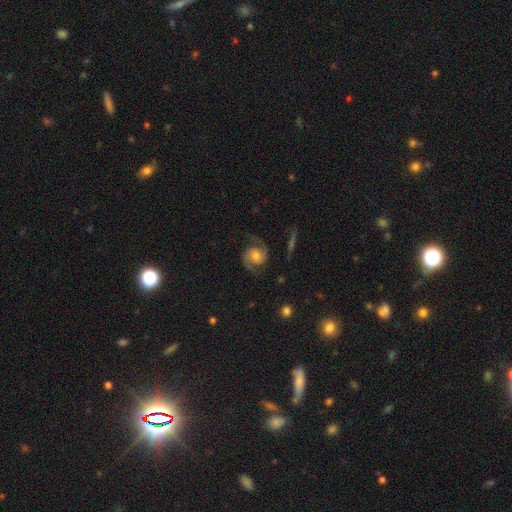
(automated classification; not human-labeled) Q: Smooth or featured?
A: featured or disk (84%); runner-up: smooth (9%)
Q: Edge-on disk?
A: no (98%); runner-up: yes (2%)
Q: Bar?
A: no (66%); runner-up: weak (28%)
Q: Spiral arms?
A: yes (97%); runner-up: no (3%)
Q: Spiral winding?
A: medium (54%); runner-up: tight (24%)
Q: Spiral arm count?
A: 2 (93%); runner-up: can't tell (2%)
Q: Bulge size?
A: moderate (61%); runner-up: small (23%)
Q: Merging?
A: none (79%); runner-up: minor disturbance (13%)